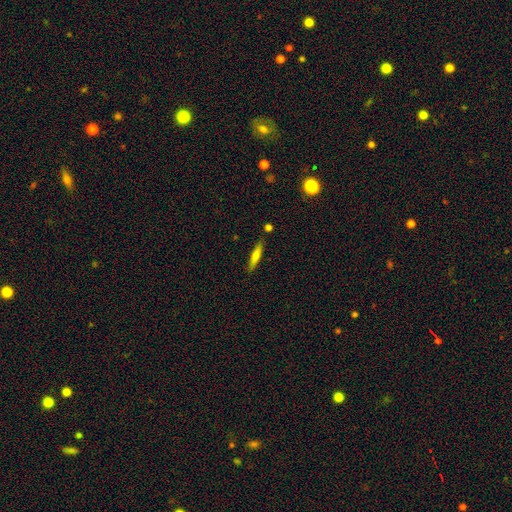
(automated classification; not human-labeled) Smooth or featured? smooth (65%)
How rounded? cigar-shaped (88%)
Merging? none (83%)